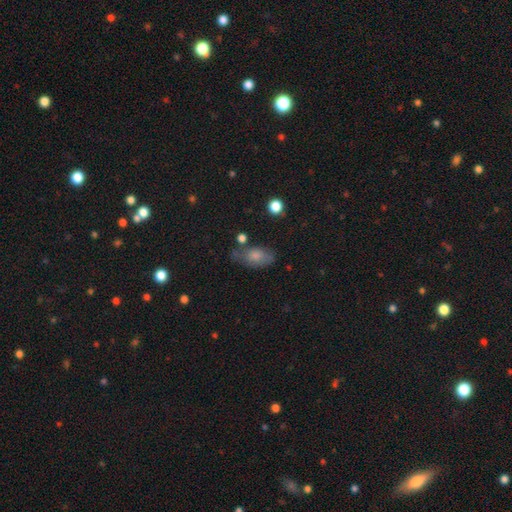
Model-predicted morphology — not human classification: smooth 76%, featured or disk 15%, star or artifact 9%. Down the decision tree: how rounded — in between (89%); merging — none (52%).